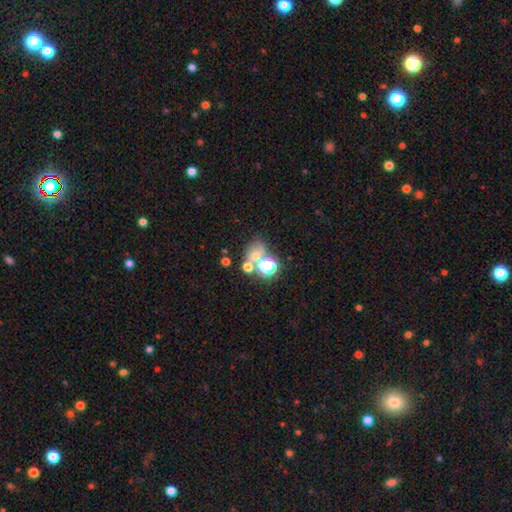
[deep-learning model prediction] Smooth or featured?
  - star or artifact: 45% *
  - smooth: 39%
  - featured or disk: 16%